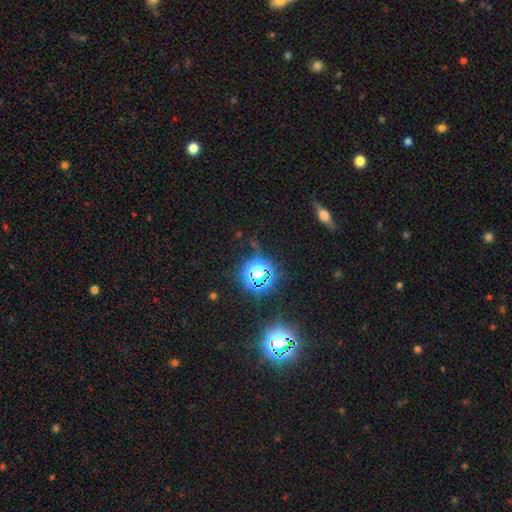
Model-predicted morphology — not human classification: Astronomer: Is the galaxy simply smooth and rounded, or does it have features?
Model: star or artifact — 73%.